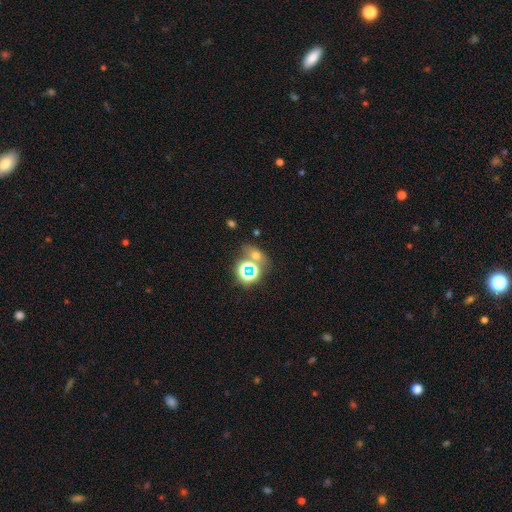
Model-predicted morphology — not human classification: smooth_or_featured: smooth (p=0.46) [alt: star or artifact p=0.41]
merging: none (p=0.61) [alt: merger p=0.22]